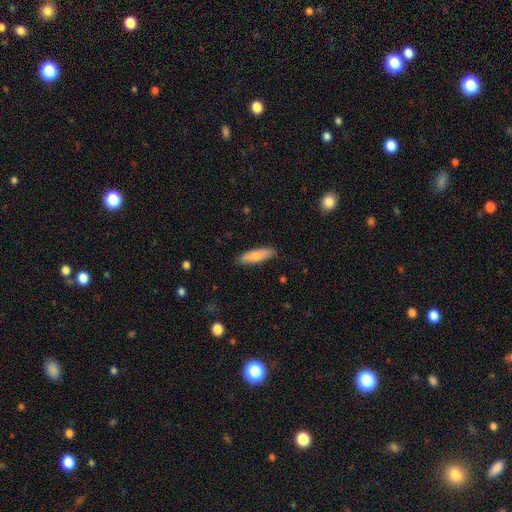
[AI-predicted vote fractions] smooth-or-featured: smooth: 81% | featured or disk: 14% | star or artifact: 6%
  how-rounded: cigar-shaped: 59% | in between: 40% | round: 2%
  merging: none: 86% | minor disturbance: 11% | major disturbance: 2% | merger: 1%